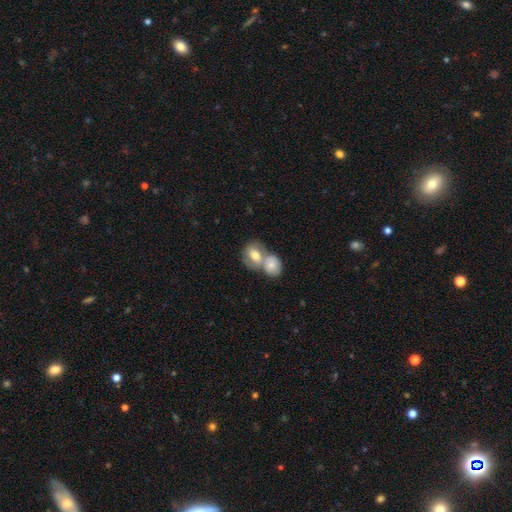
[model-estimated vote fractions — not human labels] Overall: smooth (68%). How rounded: in between (57%; round 42%). Merging: merger (68%).